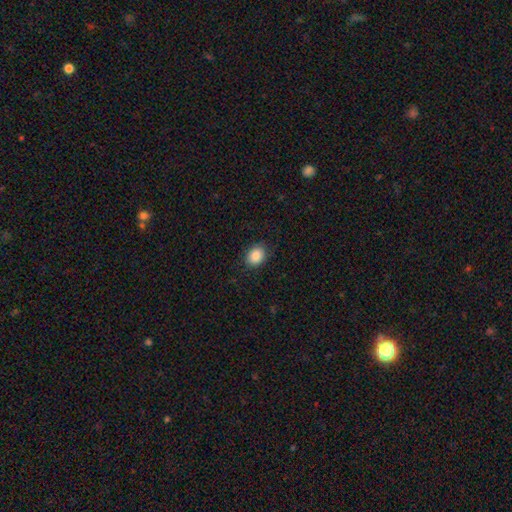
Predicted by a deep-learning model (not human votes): This appears to be a smooth galaxy with no disk features (88%) that is in between round and cigar-shaped (50%). Merging: none (87%).